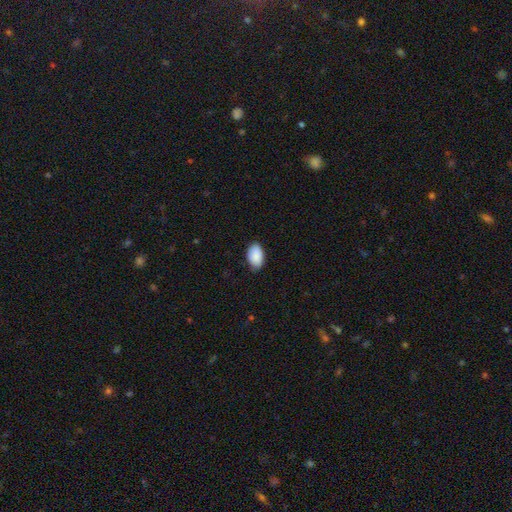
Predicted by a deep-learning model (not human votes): smooth 90%, star or artifact 6%, featured or disk 4%. Down the decision tree: how rounded — in between (94%); merging — none (80%).